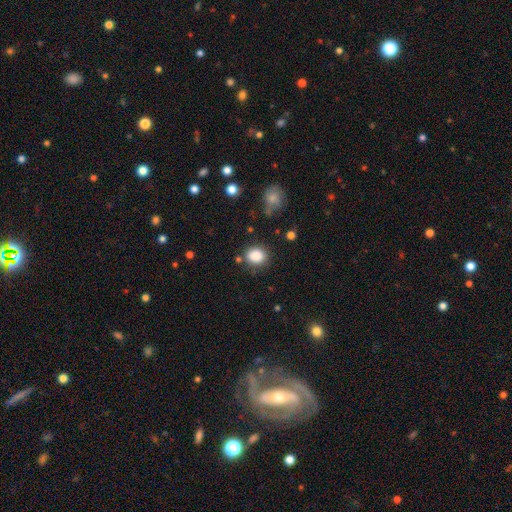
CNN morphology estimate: smooth 87%, star or artifact 9%, featured or disk 4%. Down the decision tree: how rounded — round (63%); merging — none (77%).